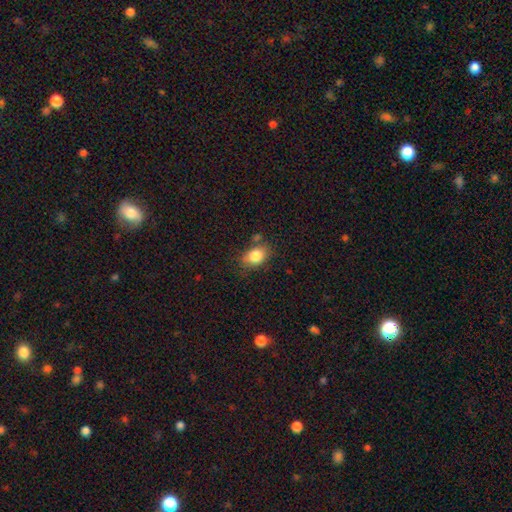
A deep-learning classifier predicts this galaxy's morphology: Smooth or featured? Predicted: smooth (p=0.83). How rounded? Predicted: in between (p=0.74). Merging? Predicted: none (p=0.69).